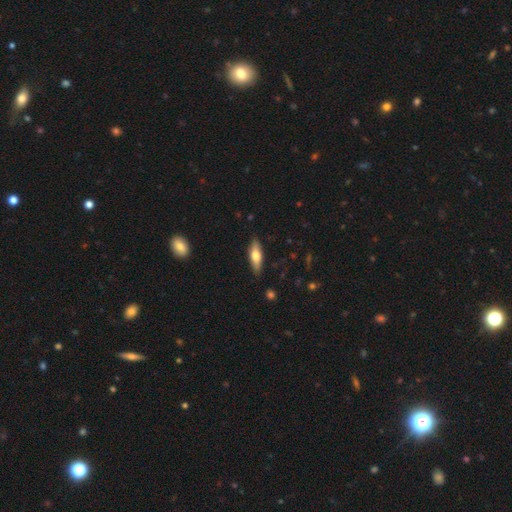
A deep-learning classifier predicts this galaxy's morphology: smooth-or-featured: smooth: 57% | featured or disk: 37% | star or artifact: 6%
  how-rounded: in between: 50% | cigar-shaped: 48% | round: 3%
  merging: none: 86% | minor disturbance: 11% | major disturbance: 2% | merger: 1%